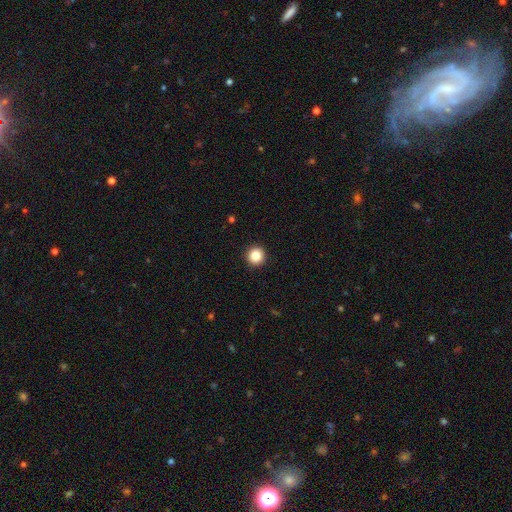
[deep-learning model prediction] Smooth or featured? Predicted: smooth (p=0.86). How rounded? Predicted: round (p=0.95). Merging? Predicted: none (p=0.93).